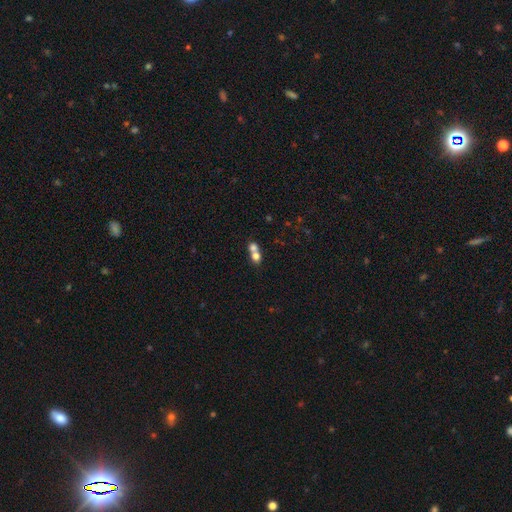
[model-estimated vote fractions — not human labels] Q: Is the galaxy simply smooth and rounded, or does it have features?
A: smooth — 74%.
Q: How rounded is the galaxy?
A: round — 64%.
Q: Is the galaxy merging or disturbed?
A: merger — 66%.